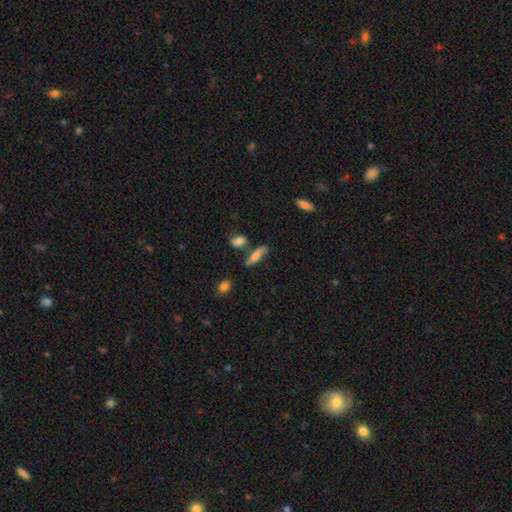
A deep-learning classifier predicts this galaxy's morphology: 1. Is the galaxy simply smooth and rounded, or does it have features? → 65% smooth, 27% featured or disk, 8% star or artifact.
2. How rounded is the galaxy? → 63% cigar-shaped, 34% in between, 3% round.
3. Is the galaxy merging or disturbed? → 65% none, 19% minor disturbance, 10% merger, 5% major disturbance.